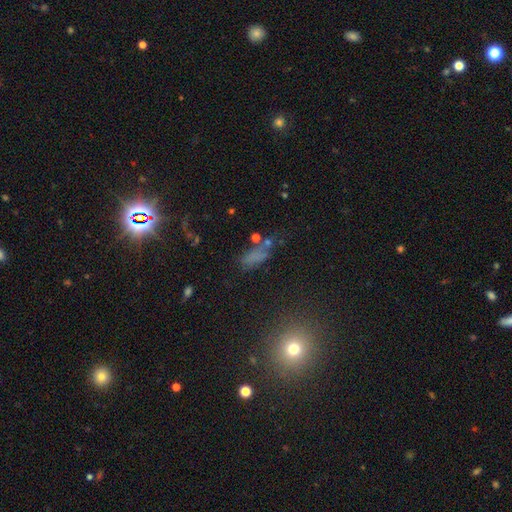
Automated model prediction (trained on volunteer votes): Q: Smooth or featured?
A: smooth (58%); runner-up: star or artifact (29%)
Q: How rounded?
A: in between (62%); runner-up: cigar-shaped (28%)
Q: Merging?
A: none (56%); runner-up: minor disturbance (21%)